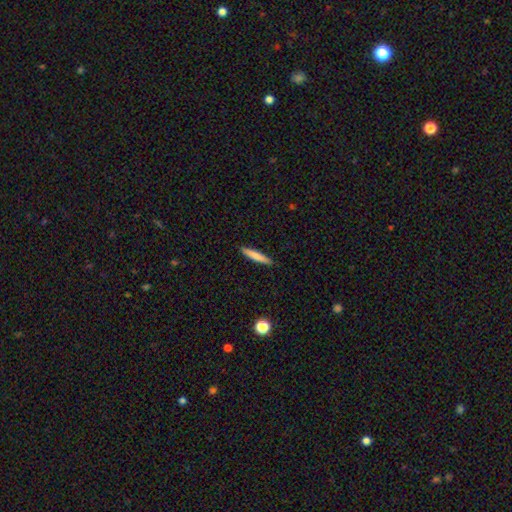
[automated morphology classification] Smooth or featured? Predicted: smooth (p=0.77). How rounded? Predicted: cigar-shaped (p=0.93). Merging? Predicted: none (p=0.91).